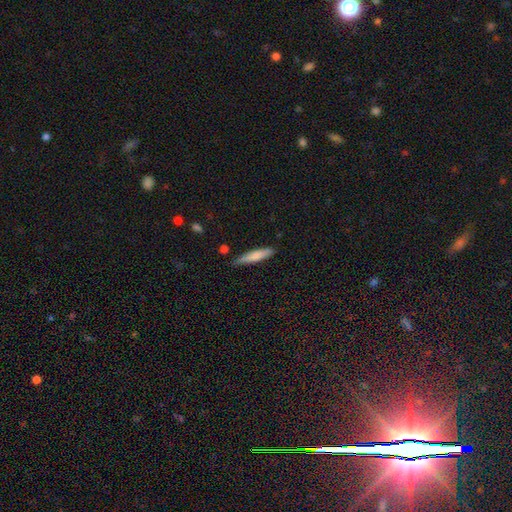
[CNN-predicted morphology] A smooth galaxy with no disk features (76%) that is cigar-shaped (85%).

Vote fractions:
- Smooth or featured? smooth: 76% / featured or disk: 19% / star or artifact: 6%
- How rounded? cigar-shaped: 85% / in between: 13% / round: 1%
- Merging? none: 74% / minor disturbance: 20% / major disturbance: 3% / merger: 2%